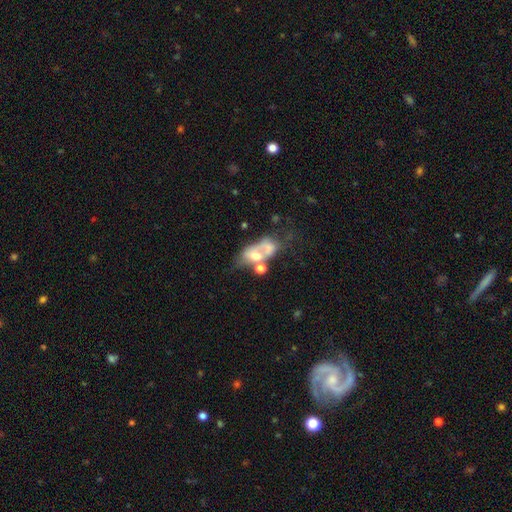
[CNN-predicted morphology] This appears to be a featured or disk galaxy (45%). Merging: merger (53%).